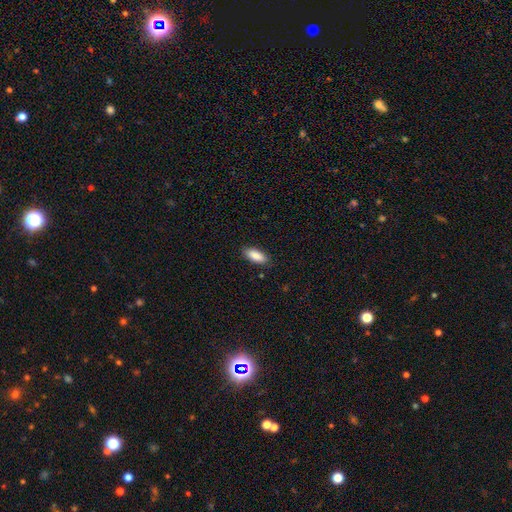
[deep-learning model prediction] Smooth or featured?
  - smooth: 88% *
  - star or artifact: 6%
  - featured or disk: 6%
How rounded?
  - in between: 81% *
  - cigar-shaped: 18%
  - round: 2%
Merging?
  - none: 87% *
  - minor disturbance: 10%
  - major disturbance: 2%
  - merger: 1%